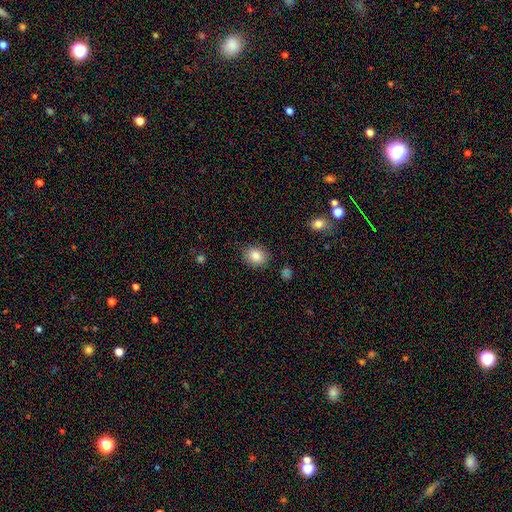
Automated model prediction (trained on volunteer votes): smooth_or_featured: smooth (p=0.85) [alt: star or artifact p=0.09]
how_rounded: round (p=0.50) [alt: in between p=0.49]
merging: none (p=0.85) [alt: minor disturbance p=0.11]